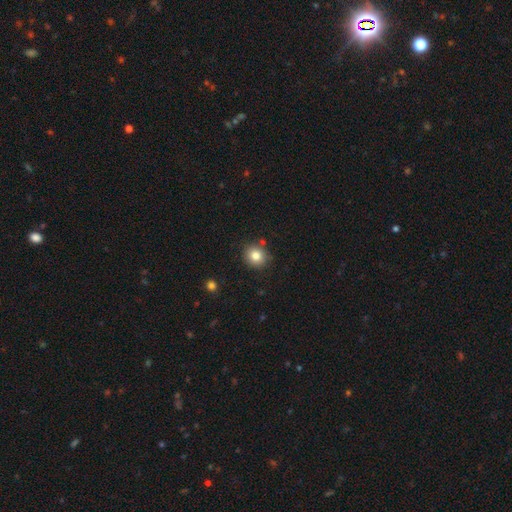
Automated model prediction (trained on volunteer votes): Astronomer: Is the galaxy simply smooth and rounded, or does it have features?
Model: smooth — 82%.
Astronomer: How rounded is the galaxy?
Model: round — 84%.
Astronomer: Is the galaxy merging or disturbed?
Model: none — 84%.